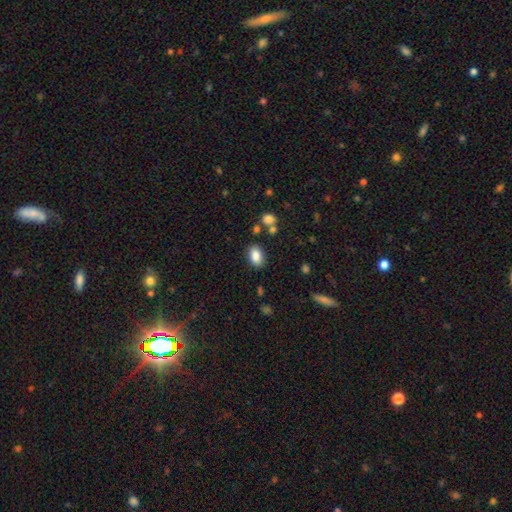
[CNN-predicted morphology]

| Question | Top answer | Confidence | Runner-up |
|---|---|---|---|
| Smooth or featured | smooth | 86% | star or artifact (8%) |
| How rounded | in between | 86% | round (13%) |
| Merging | none | 83% | minor disturbance (10%) |